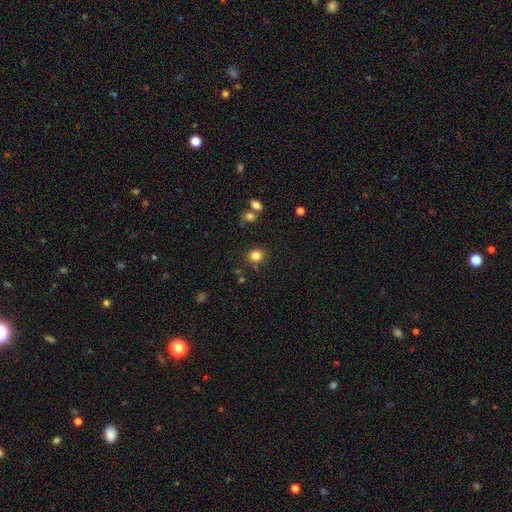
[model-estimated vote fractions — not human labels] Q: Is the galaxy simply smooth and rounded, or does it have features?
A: smooth — 82%.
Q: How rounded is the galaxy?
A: round — 79%.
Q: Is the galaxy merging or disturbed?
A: none — 83%.